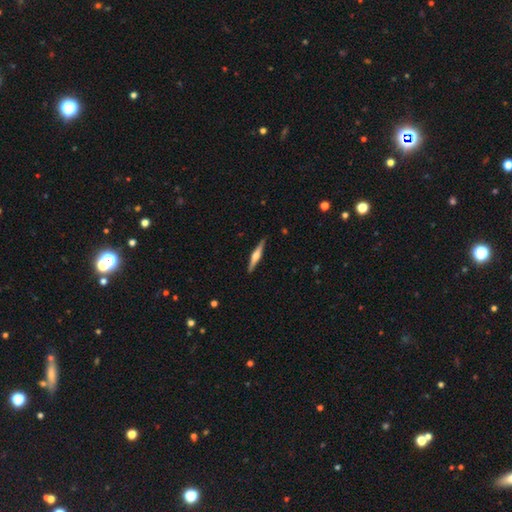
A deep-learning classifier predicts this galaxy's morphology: The model was most divided on "smooth or featured": featured or disk: 68%, smooth: 26%, star or artifact: 5%. More confident: edge-on disk — yes (98%); merging — none (90%); edge-on bulge — rounded (84%).